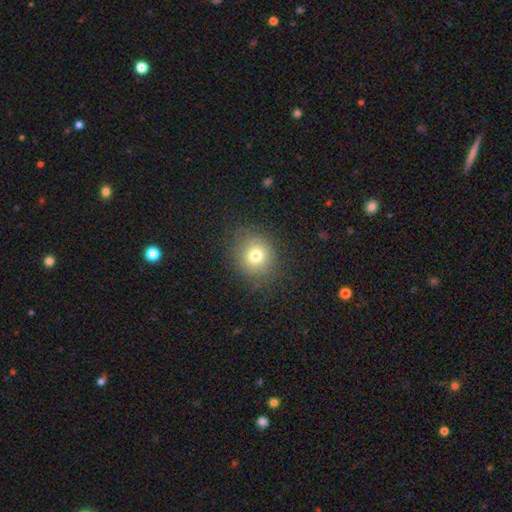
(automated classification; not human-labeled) This is likely a smooth galaxy (75%). How rounded: clearly round (81%). Merging: clearly none (84%).